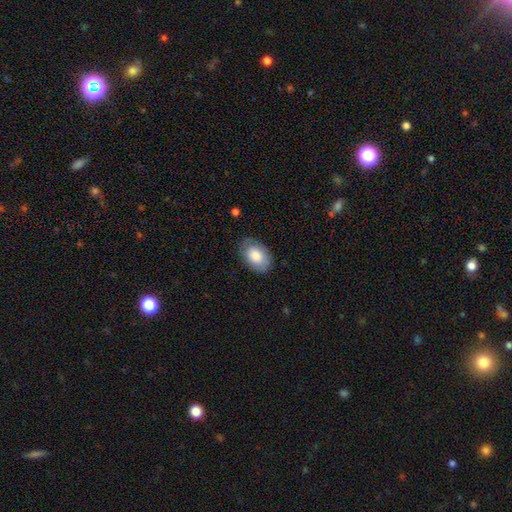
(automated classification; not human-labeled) The model was most divided on "merging": none: 80%, minor disturbance: 16%, major disturbance: 4%, merger: 1%. More confident: how rounded — in between (89%); smooth or featured — smooth (80%).